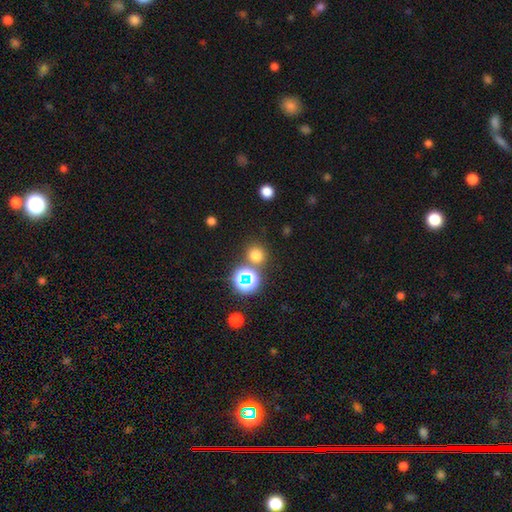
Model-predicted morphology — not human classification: Smooth or featured: smooth — 68% (star or artifact — 26%)
How rounded: round — 91% (in between — 8%)
Merging: none — 78% (merger — 11%)